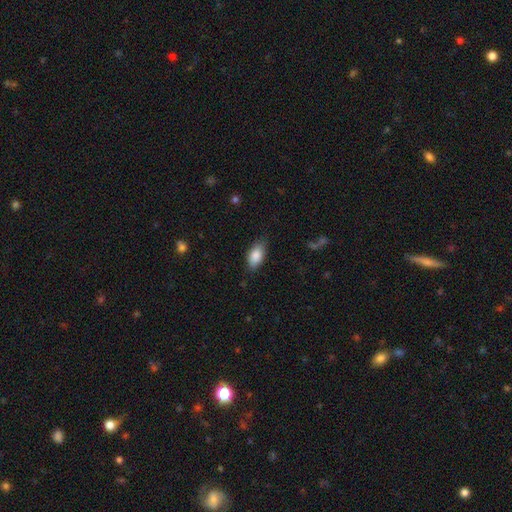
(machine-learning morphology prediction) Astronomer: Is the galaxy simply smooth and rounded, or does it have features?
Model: smooth — 86%.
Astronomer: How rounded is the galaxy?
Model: in between — 91%.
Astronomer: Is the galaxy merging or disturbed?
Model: none — 76%.